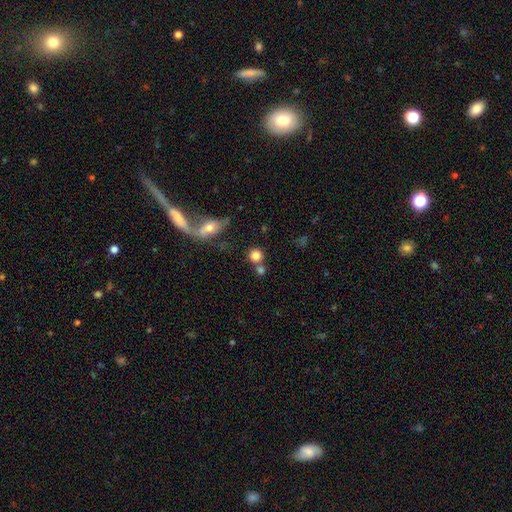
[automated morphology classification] smooth-or-featured: smooth: 81% | star or artifact: 10% | featured or disk: 9%
  how-rounded: round: 87% | in between: 11% | cigar-shaped: 1%
  merging: none: 59% | merger: 28% | minor disturbance: 9% | major disturbance: 4%